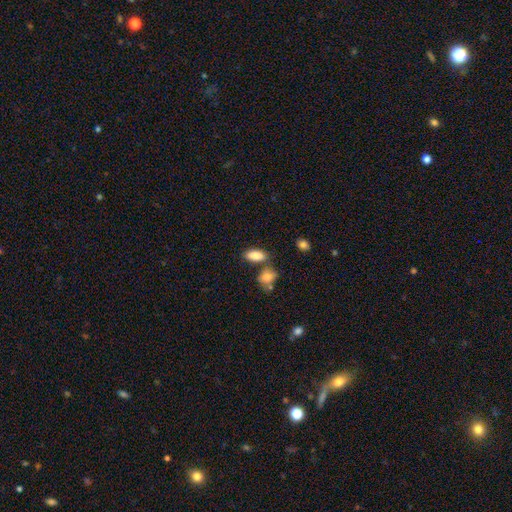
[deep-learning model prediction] Smooth or featured? Predicted: smooth (p=0.85). How rounded? Predicted: in between (p=0.87). Merging? Predicted: none (p=0.65).